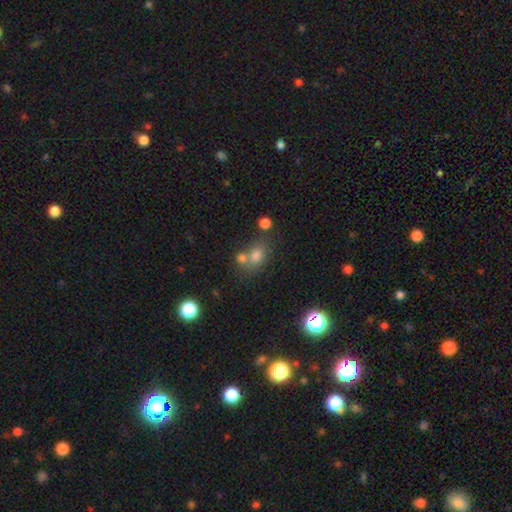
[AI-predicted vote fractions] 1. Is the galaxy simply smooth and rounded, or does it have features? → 70% smooth, 18% star or artifact, 12% featured or disk.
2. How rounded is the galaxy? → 53% in between, 45% round, 2% cigar-shaped.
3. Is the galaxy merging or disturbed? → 50% none, 33% merger, 12% minor disturbance, 5% major disturbance.